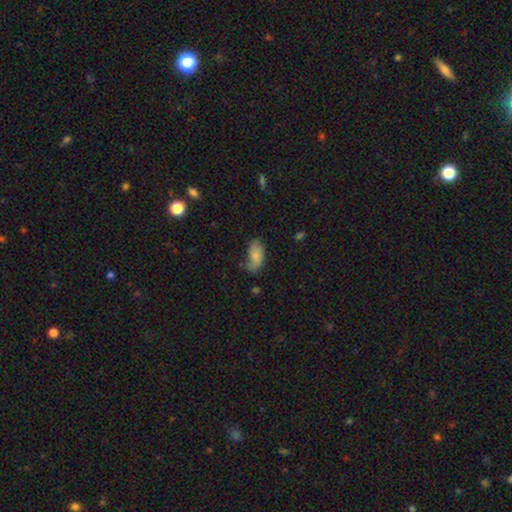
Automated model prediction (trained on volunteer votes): A smooth galaxy with no disk features (80%) that is in between round and cigar-shaped (92%).

Vote fractions:
- Smooth or featured? smooth: 80% / featured or disk: 13% / star or artifact: 7%
- How rounded? in between: 92% / cigar-shaped: 5% / round: 3%
- Merging? none: 53% / minor disturbance: 32% / major disturbance: 11% / merger: 4%